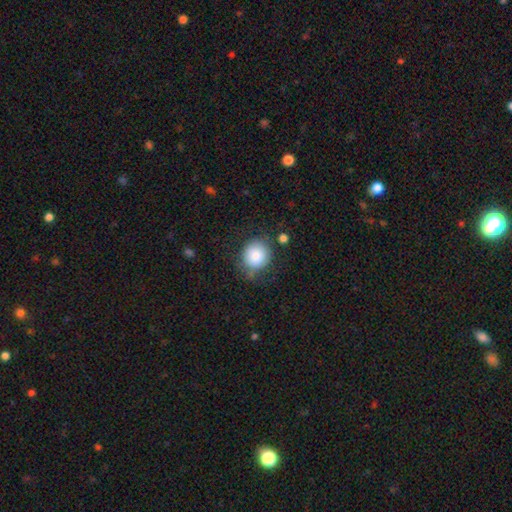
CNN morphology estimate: Smooth or featured? smooth (83%)
How rounded? round (85%)
Merging? none (72%)